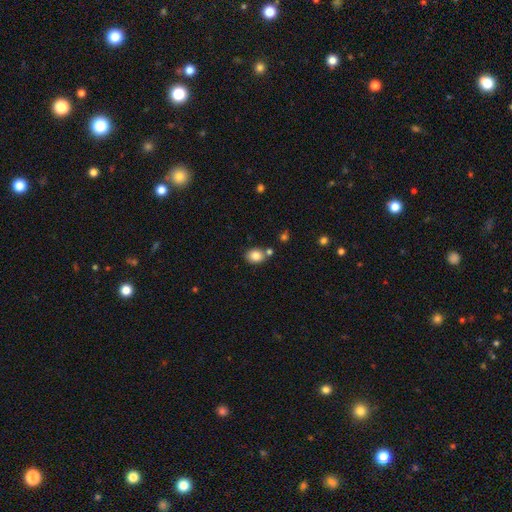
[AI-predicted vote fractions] smooth_or_featured: smooth (p=0.83) [alt: star or artifact p=0.10]
how_rounded: round (p=0.52) [alt: in between p=0.47]
merging: none (p=0.72) [alt: merger p=0.13]